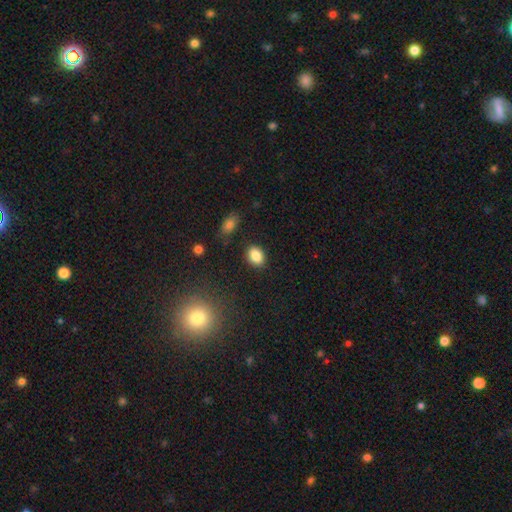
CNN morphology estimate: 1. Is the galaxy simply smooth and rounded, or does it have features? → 85% smooth, 9% star or artifact, 6% featured or disk.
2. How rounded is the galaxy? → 67% in between, 31% round, 1% cigar-shaped.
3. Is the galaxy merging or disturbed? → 86% none, 9% minor disturbance, 3% major disturbance, 2% merger.